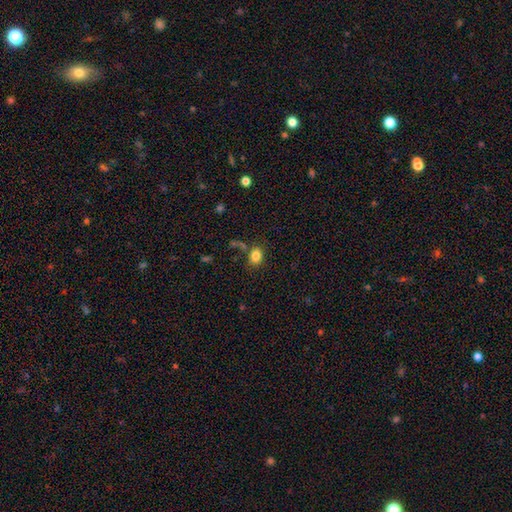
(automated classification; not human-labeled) Smooth or featured? smooth (83%)
How rounded? in between (56%)
Merging? none (75%)